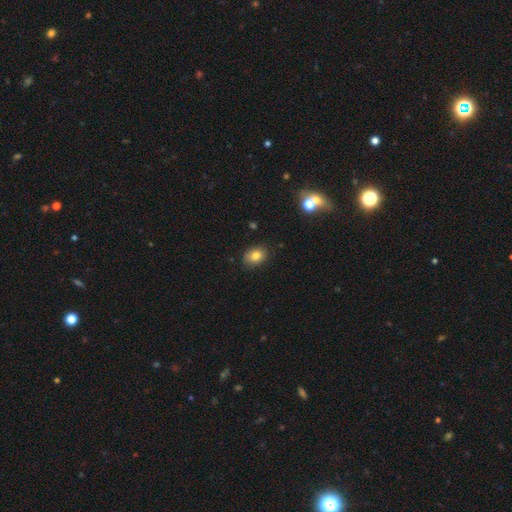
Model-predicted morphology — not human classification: Smooth or featured? smooth (81%)
How rounded? in between (71%)
Merging? none (85%)